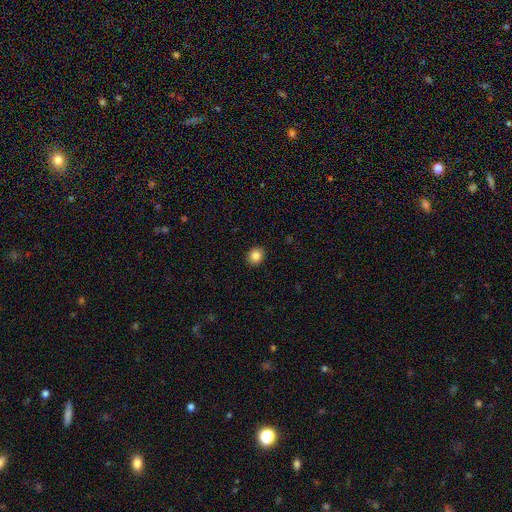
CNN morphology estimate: smooth 85%, star or artifact 10%, featured or disk 6%. Down the decision tree: how rounded — round (74%); merging — none (92%).